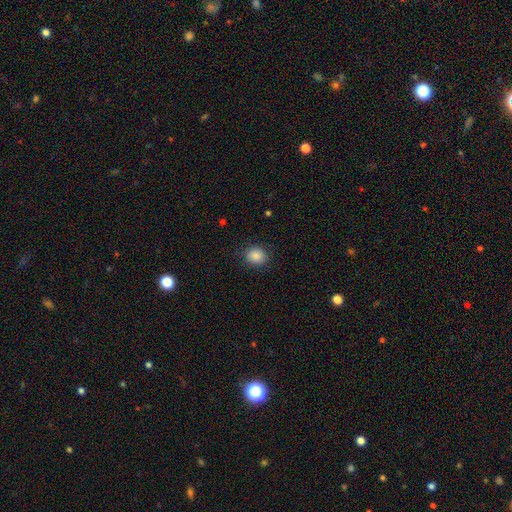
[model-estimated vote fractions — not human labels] Smooth or featured?
  - smooth: 86% *
  - star or artifact: 9%
  - featured or disk: 4%
How rounded?
  - round: 70% *
  - in between: 29%
  - cigar-shaped: 1%
Merging?
  - none: 86% *
  - minor disturbance: 10%
  - major disturbance: 3%
  - merger: 1%